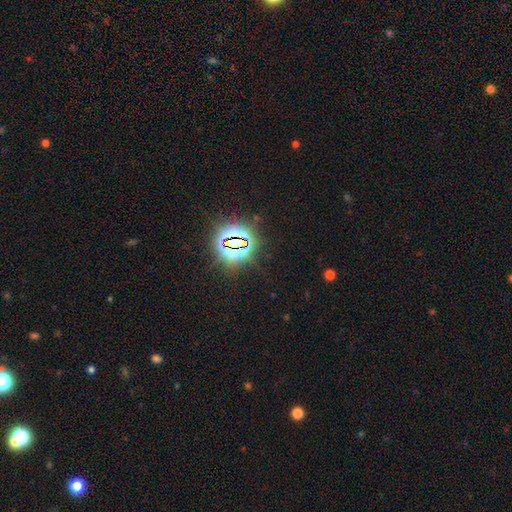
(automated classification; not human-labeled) Smooth or featured?
  - star or artifact: 79% *
  - smooth: 13%
  - featured or disk: 8%